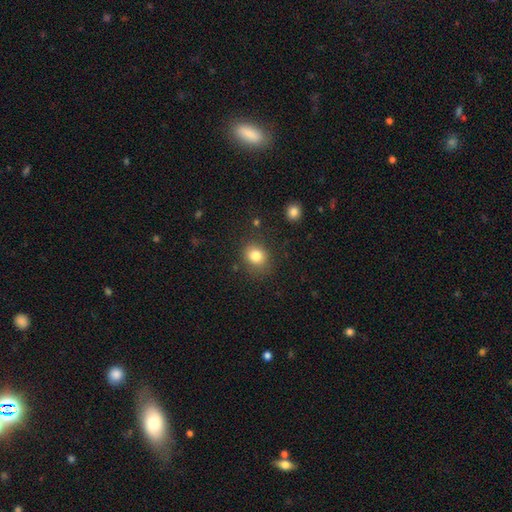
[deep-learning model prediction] Morphology: type=smooth (82%); roundness=round (67%); merging=none (81%).